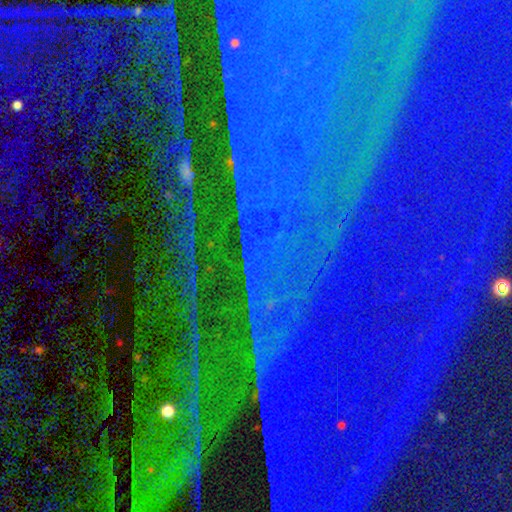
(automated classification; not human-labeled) smooth-or-featured: star or artifact: 88% | featured or disk: 7% | smooth: 5%